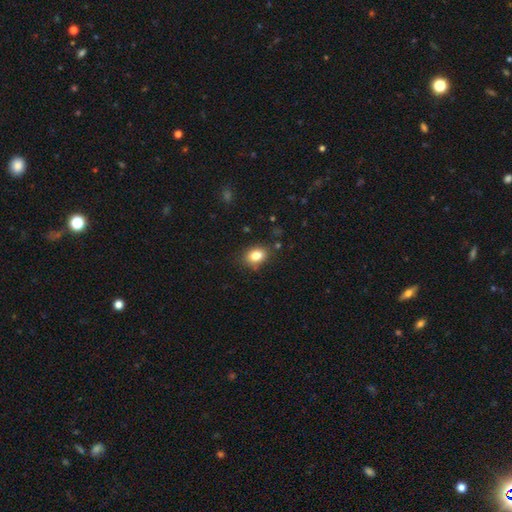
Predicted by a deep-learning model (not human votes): Overall: smooth (83%). How rounded: in between (68%; round 31%). Merging: none (79%).